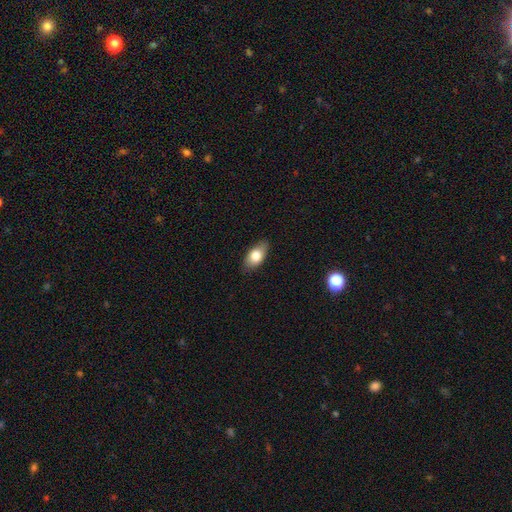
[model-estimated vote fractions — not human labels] The model was most divided on "smooth or featured": smooth: 77%, featured or disk: 16%, star or artifact: 7%. More confident: how rounded — in between (89%); merging — none (84%).